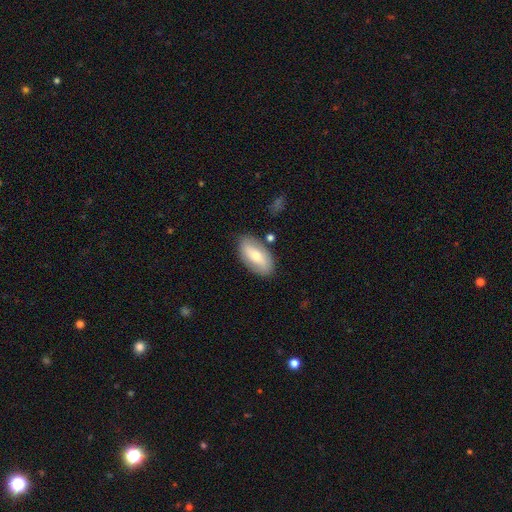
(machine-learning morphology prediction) Smooth or featured?
  - smooth: 53% *
  - featured or disk: 40%
  - star or artifact: 6%
How rounded?
  - in between: 90% *
  - cigar-shaped: 7%
  - round: 4%
Merging?
  - none: 82% *
  - minor disturbance: 12%
  - merger: 3%
  - major disturbance: 3%